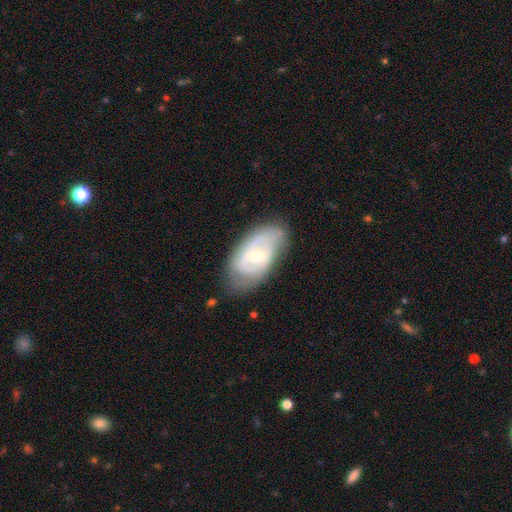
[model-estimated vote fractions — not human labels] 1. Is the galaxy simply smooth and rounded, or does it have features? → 75% featured or disk, 19% smooth, 6% star or artifact.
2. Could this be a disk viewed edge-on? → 94% no, 6% yes.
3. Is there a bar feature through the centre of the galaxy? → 58% no, 33% weak, 9% strong.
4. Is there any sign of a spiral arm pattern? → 83% yes, 17% no.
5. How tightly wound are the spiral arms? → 55% tight, 34% medium, 11% loose.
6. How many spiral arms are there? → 47% 2, 33% can't tell, 10% 3, 5% 1, 3% 4, 2% more than 4.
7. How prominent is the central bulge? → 60% small, 37% moderate, 1% large, 1% none, 1% dominant.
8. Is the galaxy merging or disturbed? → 71% none, 21% minor disturbance, 6% major disturbance, 1% merger.